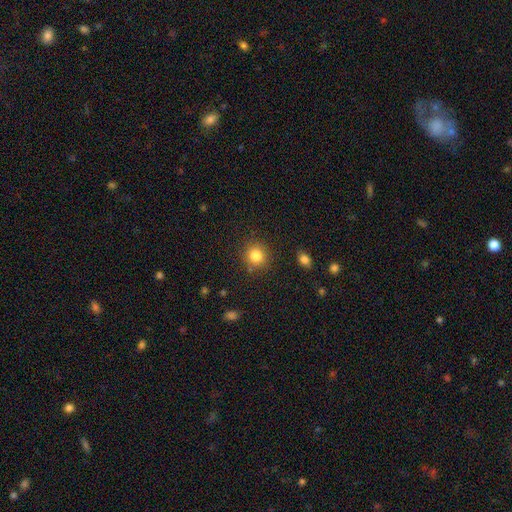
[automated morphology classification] type=smooth (83%); roundness=round (89%); merging=none (85%).